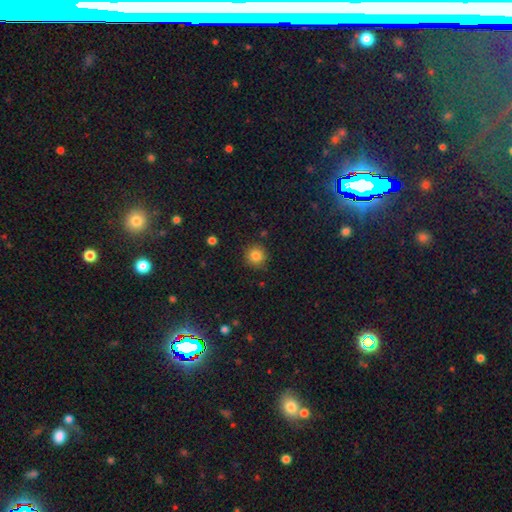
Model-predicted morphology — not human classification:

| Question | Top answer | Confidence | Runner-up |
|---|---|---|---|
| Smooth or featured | smooth | 83% | star or artifact (11%) |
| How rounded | round | 93% | in between (6%) |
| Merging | none | 88% | minor disturbance (8%) |